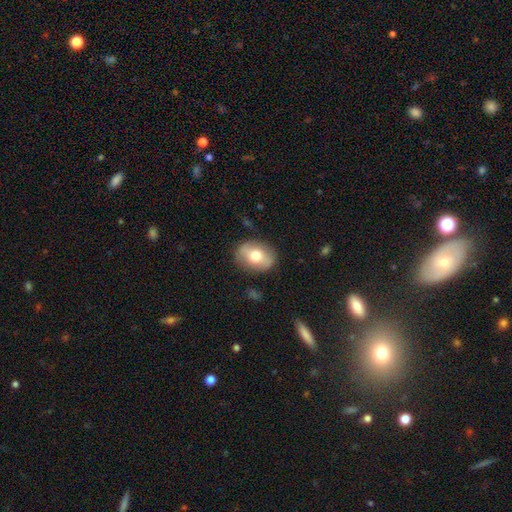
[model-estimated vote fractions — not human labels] Smooth or featured: smooth — 62% (featured or disk — 31%)
How rounded: in between — 69% (round — 30%)
Merging: none — 83% (minor disturbance — 12%)